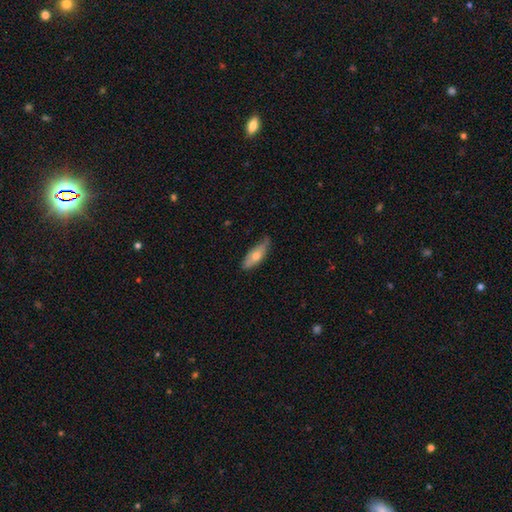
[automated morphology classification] Overall: smooth (62%; featured or disk 32%). How rounded: in between (58%; cigar-shaped 39%). Merging: none (67%).